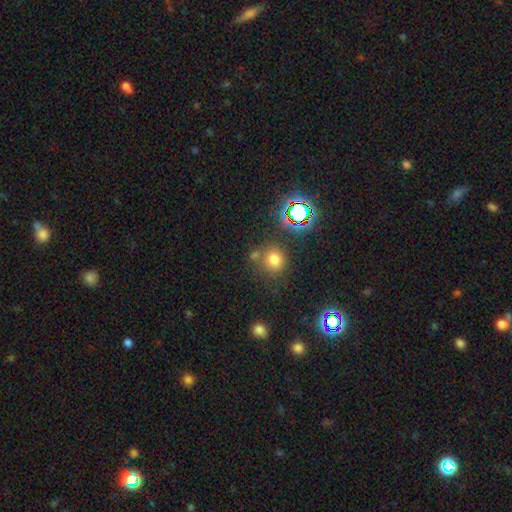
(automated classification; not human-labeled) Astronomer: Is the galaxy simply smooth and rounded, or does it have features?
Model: smooth — 61%.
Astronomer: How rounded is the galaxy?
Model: round — 85%.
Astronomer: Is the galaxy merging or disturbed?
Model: none — 74%.